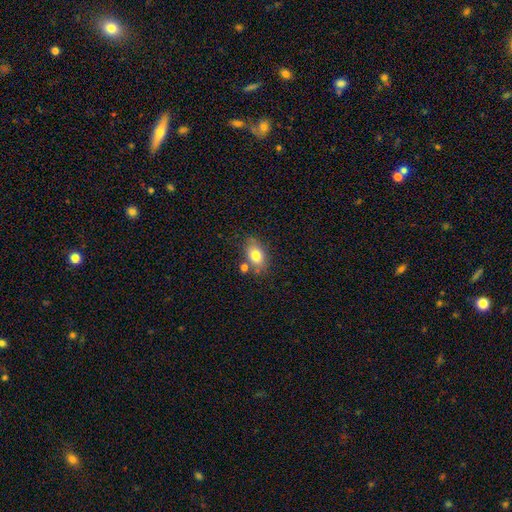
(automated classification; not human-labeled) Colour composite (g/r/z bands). It shows a smooth galaxy with no disk features (76%) that is in between round and cigar-shaped (82%). Merging: none (69%).